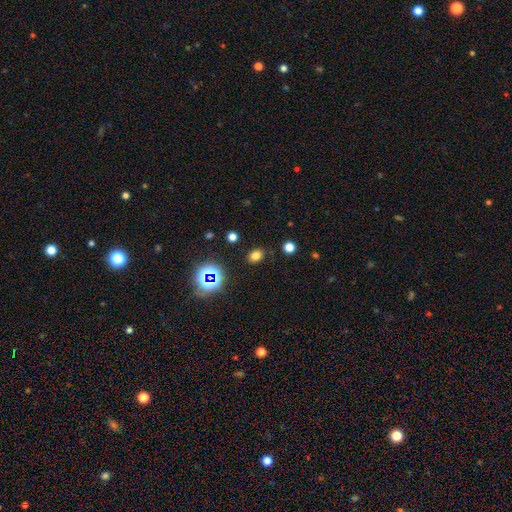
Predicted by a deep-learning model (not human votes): A smooth galaxy with no disk features (72%) that is in between round and cigar-shaped (58%). Merging: none (84%).